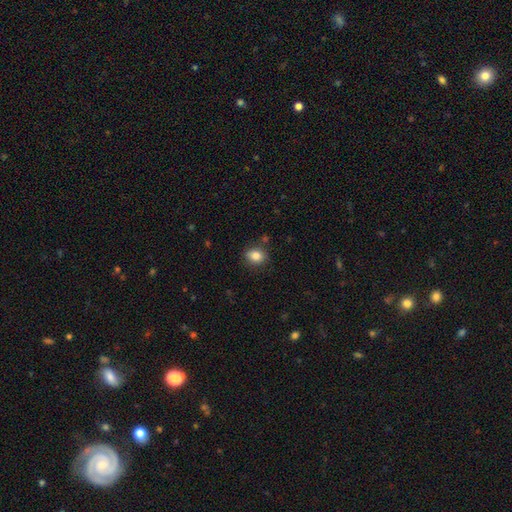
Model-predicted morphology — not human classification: This is clearly a smooth galaxy (84%). How rounded: possibly round (56%). Merging: clearly none (83%).